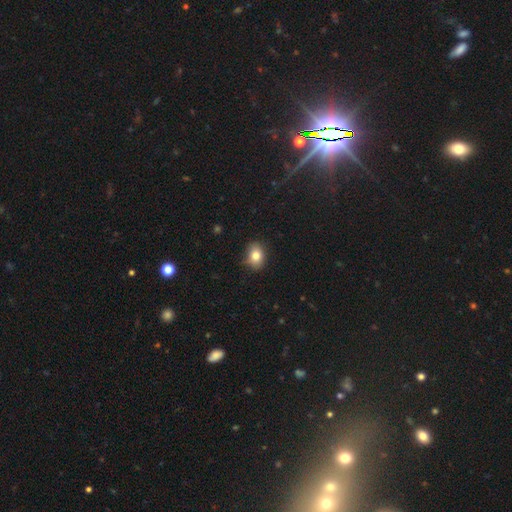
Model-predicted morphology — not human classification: type=smooth (82%); roundness=in between (60%); merging=none (82%).